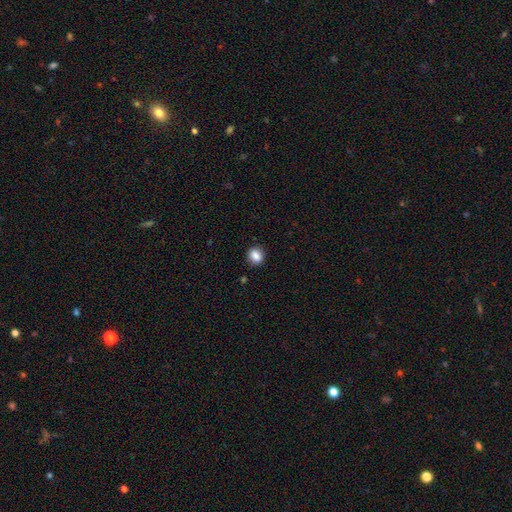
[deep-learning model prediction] Morphology: type=smooth (86%); roundness=round (64%); merging=none (88%).